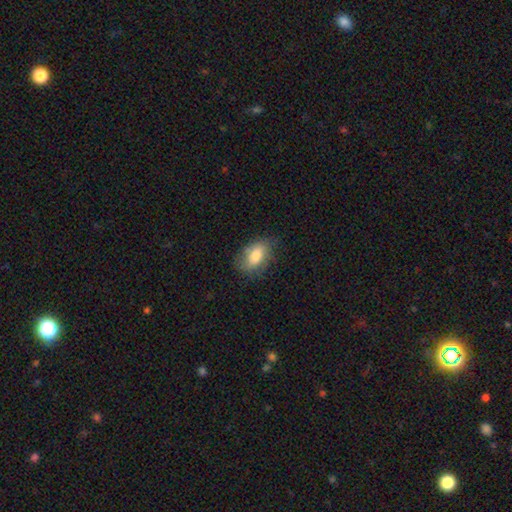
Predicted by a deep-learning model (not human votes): Smooth or featured?
  - smooth: 77% *
  - featured or disk: 15%
  - star or artifact: 7%
How rounded?
  - in between: 89% *
  - round: 8%
  - cigar-shaped: 3%
Merging?
  - none: 70% *
  - minor disturbance: 22%
  - major disturbance: 6%
  - merger: 1%